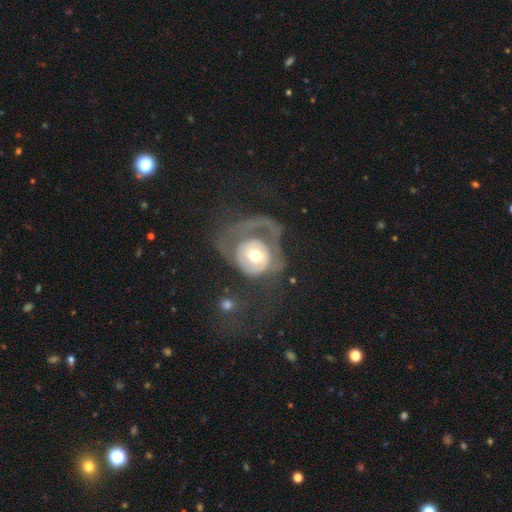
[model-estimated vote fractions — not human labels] This appears to be a featured or disk galaxy (61%) with no bar (81%), spiral arms (52%) and a moderate central bulge (68%). Merging: major disturbance (62%).